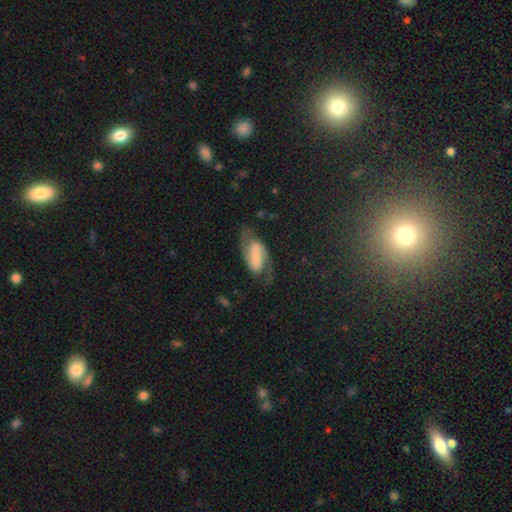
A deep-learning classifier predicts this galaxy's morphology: type=featured or disk (71%); edge-on=no (95%); bar=weak (41%); spiral arms=yes (92%); winding=medium (48%); arm count=2 (89%); bulge=small (48%); merging=none (64%).